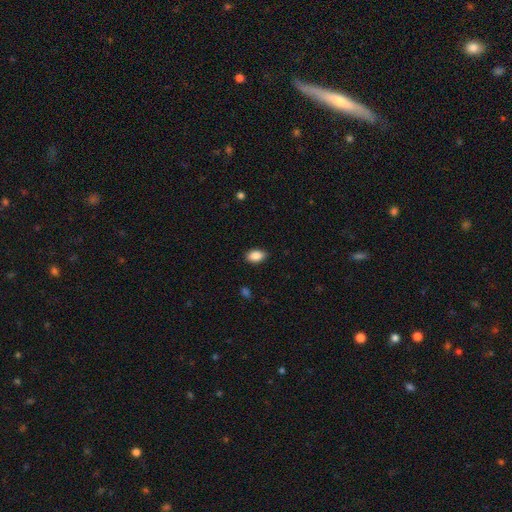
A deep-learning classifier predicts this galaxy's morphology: smooth-or-featured: smooth: 89% | star or artifact: 7% | featured or disk: 4%
  how-rounded: in between: 90% | round: 8% | cigar-shaped: 2%
  merging: none: 87% | minor disturbance: 10% | major disturbance: 2% | merger: 1%